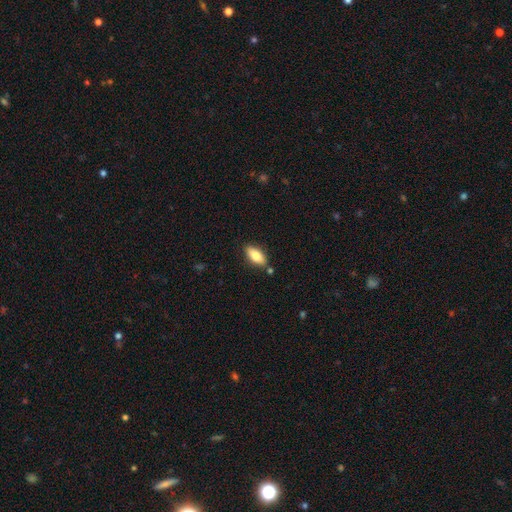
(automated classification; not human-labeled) Smooth or featured? smooth (80%)
How rounded? in between (86%)
Merging? none (82%)